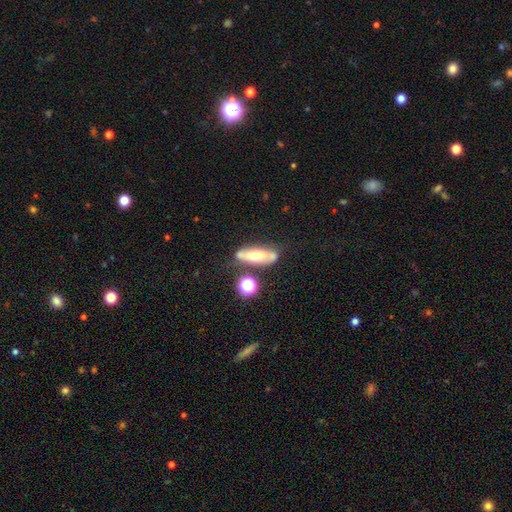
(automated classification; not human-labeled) The model was most divided on "smooth or featured": smooth: 47%, featured or disk: 42%, star or artifact: 11%. More confident: merging — none (52%).